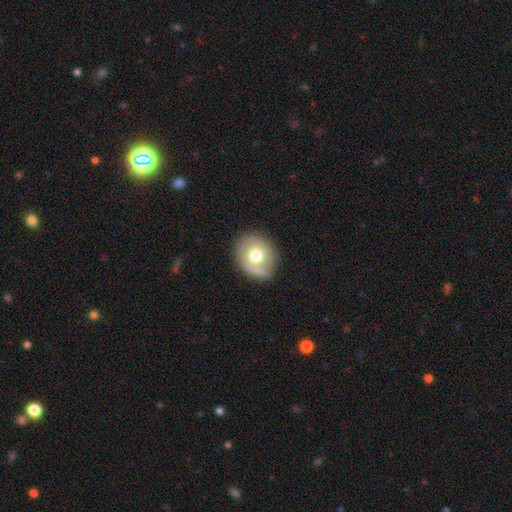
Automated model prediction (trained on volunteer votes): smooth 67%, featured or disk 25%, star or artifact 8%. Down the decision tree: how rounded — round (64%); merging — none (70%).